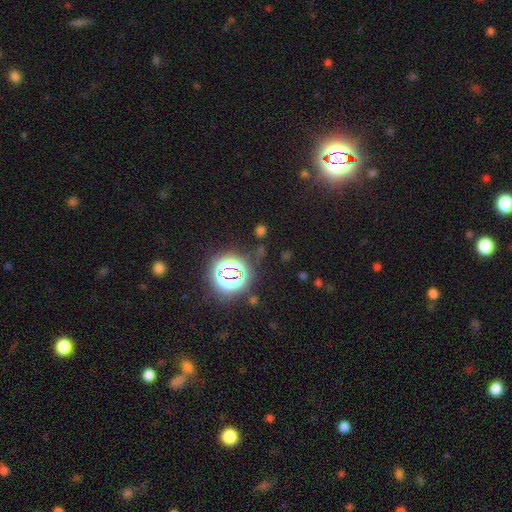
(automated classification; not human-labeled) star or artifact 71%, smooth 20%, featured or disk 9%.